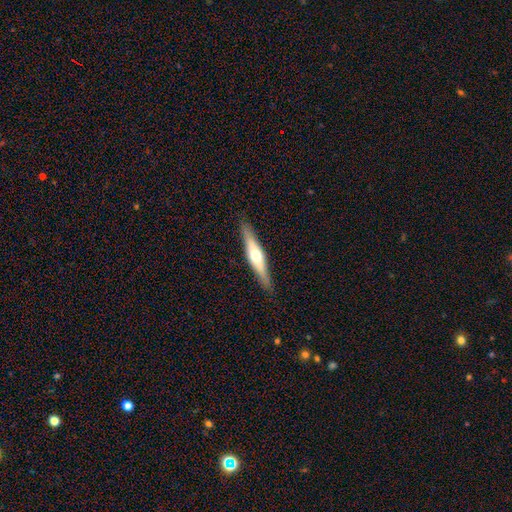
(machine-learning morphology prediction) This is likely a featured or disk galaxy (64%). It is clearly viewed edge-on (95%). Edge-on bulge: clearly rounded (91%). Merging: clearly none (90%).